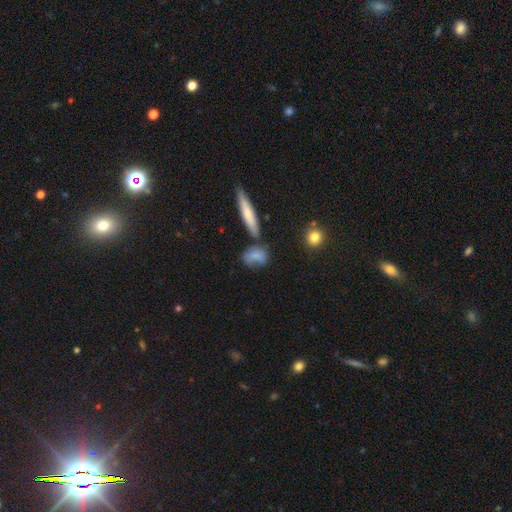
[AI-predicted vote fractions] Morphology: type=smooth (72%); roundness=in between (61%); merging=none (53%).